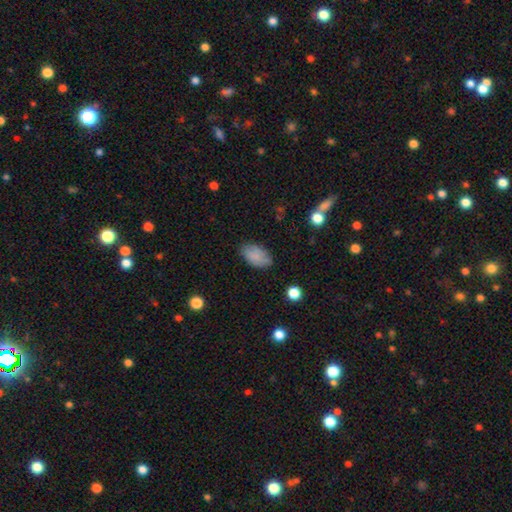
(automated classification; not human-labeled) The model was most divided on "merging": none: 79%, minor disturbance: 16%, major disturbance: 4%, merger: 1%. More confident: how rounded — in between (93%); smooth or featured — smooth (82%).